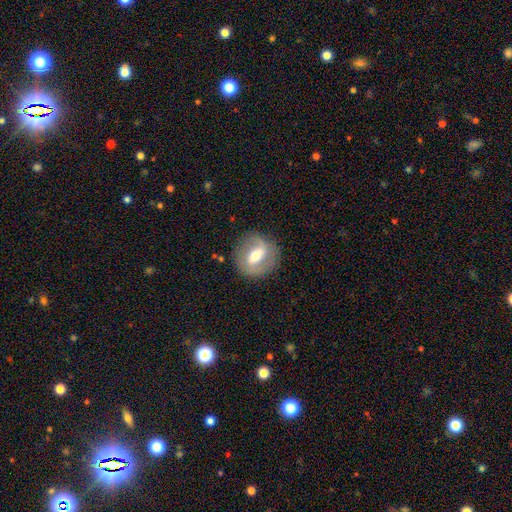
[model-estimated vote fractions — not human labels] The model was most divided on "bar": strong: 44%, weak: 40%, no: 16%. More confident: edge-on disk — no (94%); merging — none (84%); smooth or featured — featured or disk (67%); spiral arms — yes (67%); bulge size — moderate (66%).